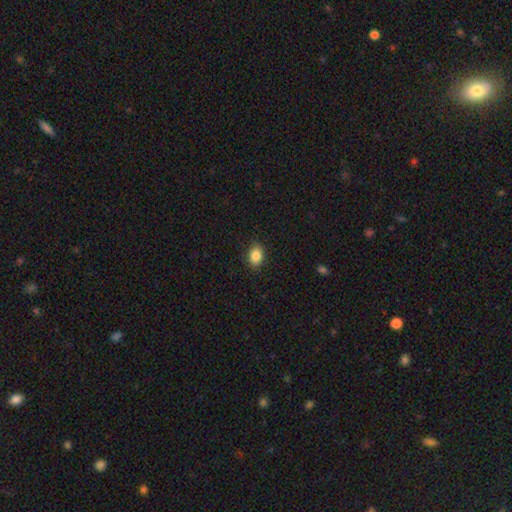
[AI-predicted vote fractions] smooth-or-featured: smooth: 87% | star or artifact: 9% | featured or disk: 5%
  how-rounded: in between: 74% | round: 25% | cigar-shaped: 1%
  merging: none: 88% | minor disturbance: 9% | major disturbance: 2% | merger: 1%